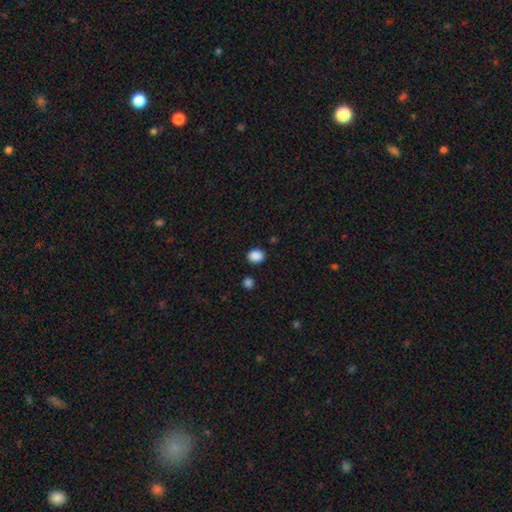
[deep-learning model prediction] A smooth galaxy with no disk features (88%) that is round (57%). Merging: none (86%).